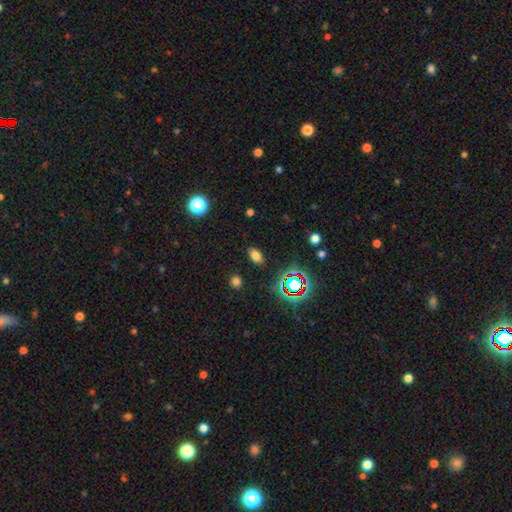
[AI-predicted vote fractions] Morphology: type=smooth (73%); roundness=in between (87%); merging=none (87%).